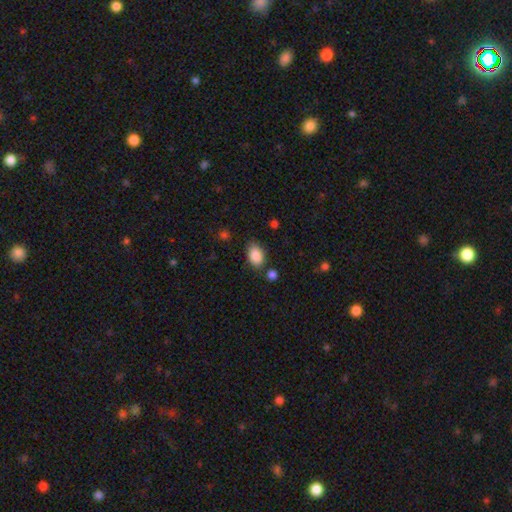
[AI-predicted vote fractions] smooth_or_featured: smooth (p=0.88) [alt: star or artifact p=0.08]
how_rounded: in between (p=0.89) [alt: round p=0.10]
merging: none (p=0.75) [alt: minor disturbance p=0.16]